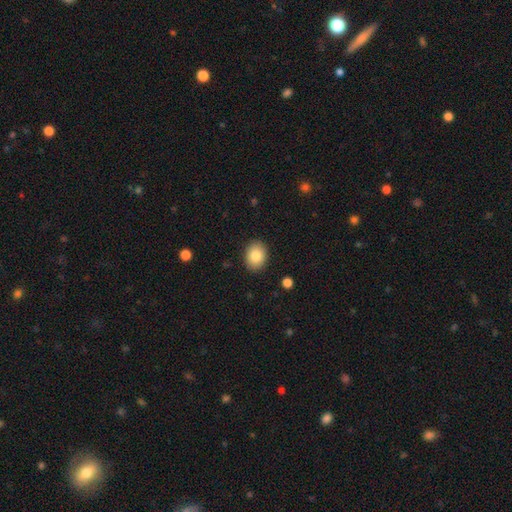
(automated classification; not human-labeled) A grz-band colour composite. It shows a smooth galaxy with no disk features (85%) that is in between round and cigar-shaped (61%). Merging: none (89%).